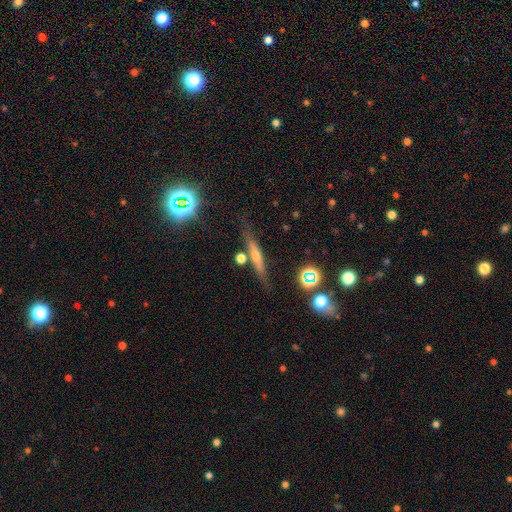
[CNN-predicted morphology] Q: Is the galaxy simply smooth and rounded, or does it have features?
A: featured or disk — 54%.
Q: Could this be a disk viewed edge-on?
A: yes — 90%.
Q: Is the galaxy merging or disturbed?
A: none — 76%.